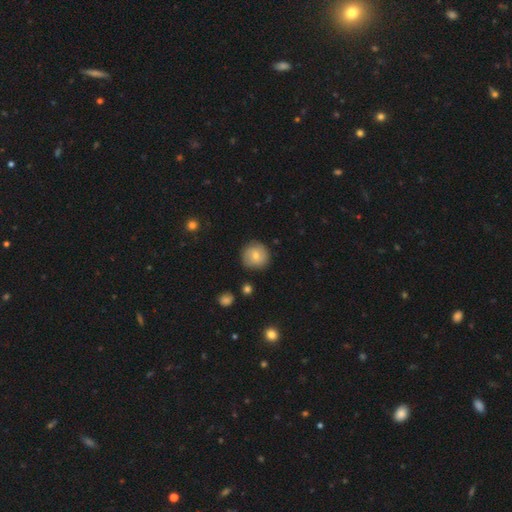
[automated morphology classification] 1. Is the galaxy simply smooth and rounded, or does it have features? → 69% smooth, 22% featured or disk, 9% star or artifact.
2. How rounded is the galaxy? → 93% round, 6% in between, 1% cigar-shaped.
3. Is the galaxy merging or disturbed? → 85% none, 11% minor disturbance, 3% major disturbance, 2% merger.